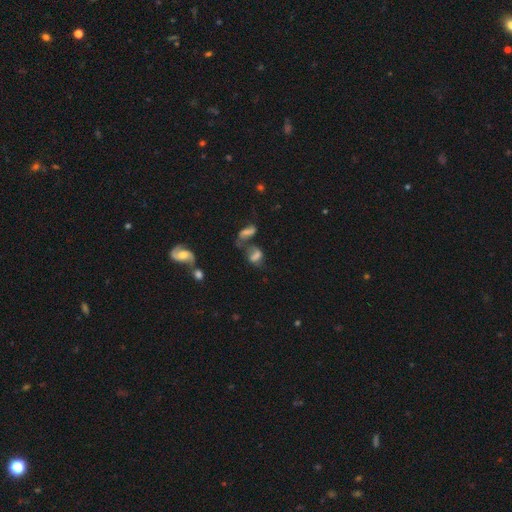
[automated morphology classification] Q: Smooth or featured?
A: smooth (51%); runner-up: featured or disk (31%)
Q: How rounded?
A: in between (76%); runner-up: round (19%)
Q: Merging?
A: merger (35%); runner-up: none (29%)